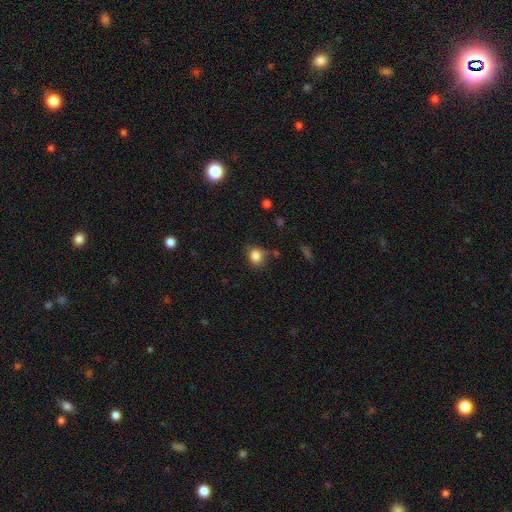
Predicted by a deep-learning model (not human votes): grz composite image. It shows a smooth galaxy with no disk features (84%) that is round (69%). Merging: none (68%).